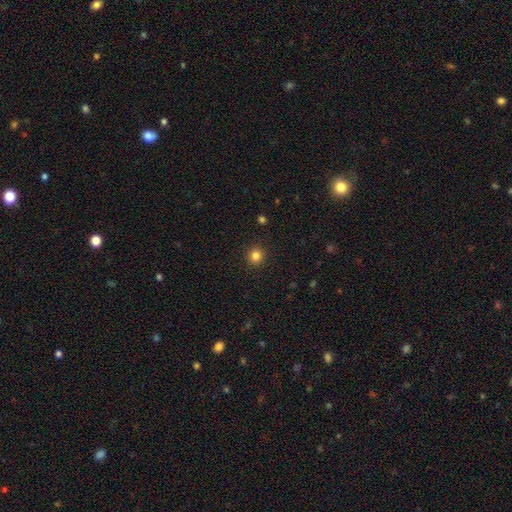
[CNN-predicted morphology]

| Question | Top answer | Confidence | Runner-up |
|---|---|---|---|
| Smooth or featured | smooth | 83% | star or artifact (12%) |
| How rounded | round | 92% | in between (7%) |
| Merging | none | 92% | minor disturbance (5%) |